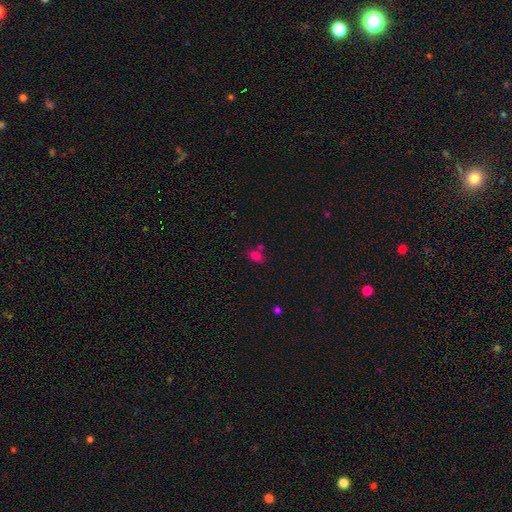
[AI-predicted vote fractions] This appears to be a smooth galaxy with no disk features (74%) that is in between round and cigar-shaped (77%). Merging: none (60%).